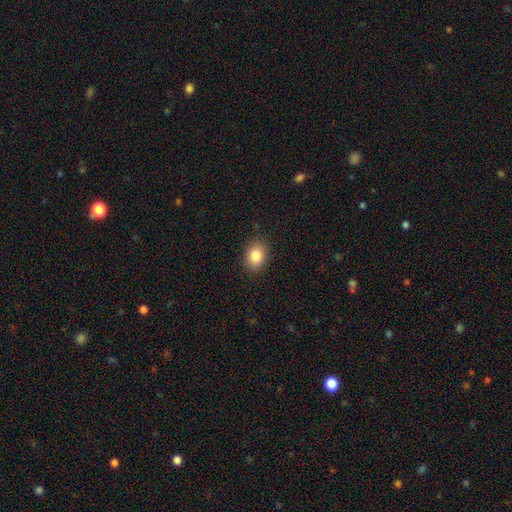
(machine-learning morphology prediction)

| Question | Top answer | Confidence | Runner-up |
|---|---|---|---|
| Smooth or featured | smooth | 85% | star or artifact (9%) |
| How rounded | in between | 64% | round (35%) |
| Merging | none | 88% | minor disturbance (9%) |